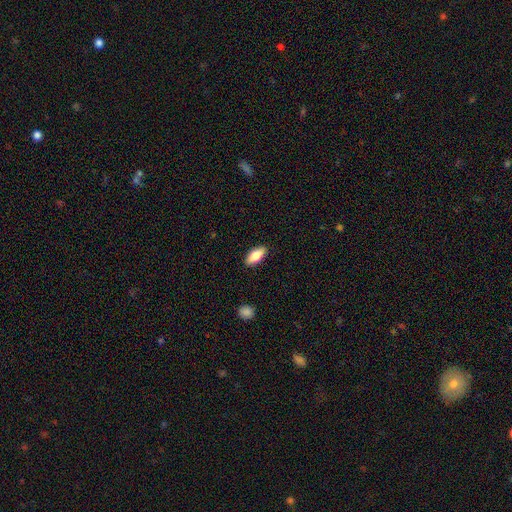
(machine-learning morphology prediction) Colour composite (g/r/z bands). It shows a smooth galaxy with no disk features (77%) that is in between round and cigar-shaped (82%). Merging: none (89%).